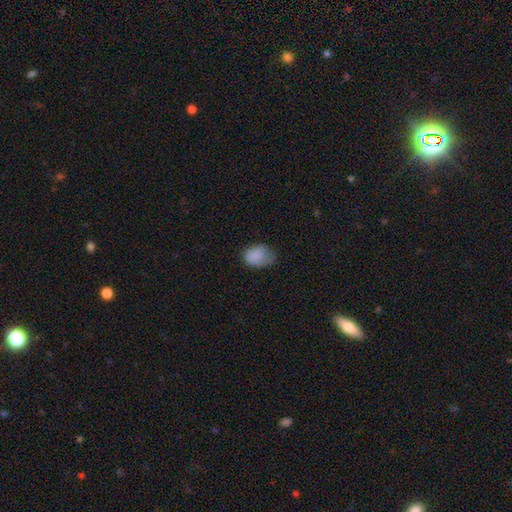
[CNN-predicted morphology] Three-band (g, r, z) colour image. It shows a smooth galaxy with no disk features (83%) that is in between round and cigar-shaped (73%). Merging: none (47%).